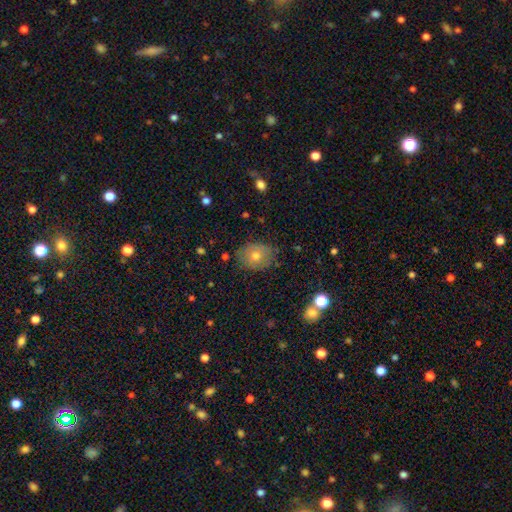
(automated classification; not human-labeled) A smooth galaxy with no disk features (66%) that is in between round and cigar-shaped (50%). Merging: none (81%).